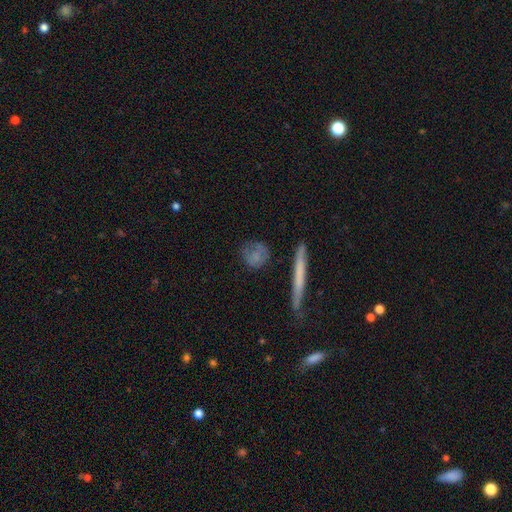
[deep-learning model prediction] This appears to be a smooth galaxy with no disk features (69%) that is round (68%). Merging: none (66%).